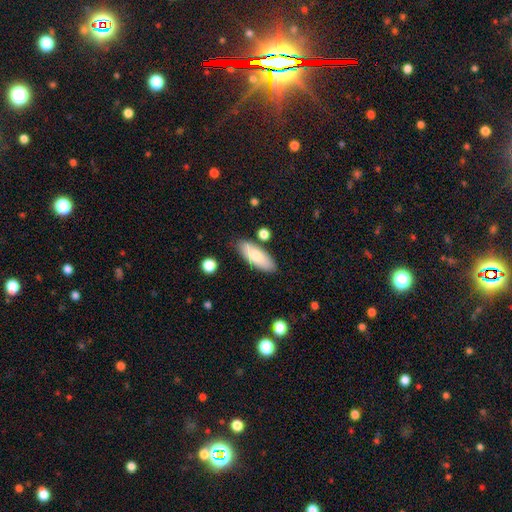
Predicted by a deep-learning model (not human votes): Smooth or featured? Predicted: smooth (p=0.74). How rounded? Predicted: in between (p=0.73). Merging? Predicted: none (p=0.80).